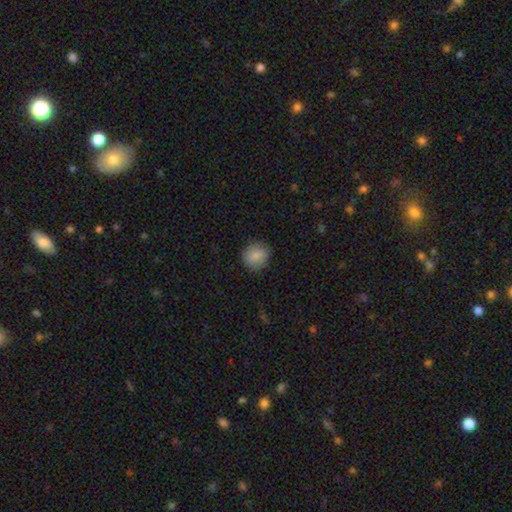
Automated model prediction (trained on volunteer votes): Smooth or featured? Predicted: smooth (p=0.87). How rounded? Predicted: round (p=0.86). Merging? Predicted: none (p=0.87).